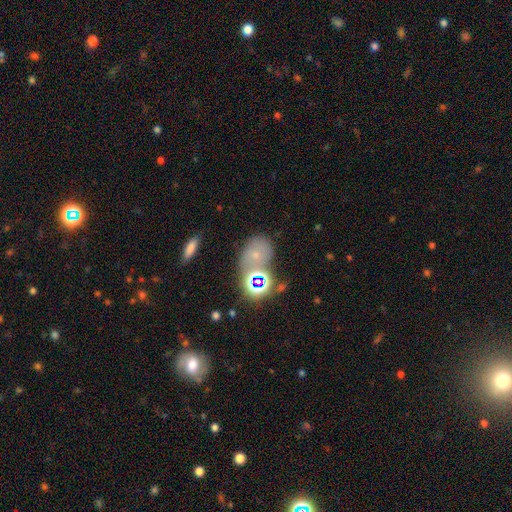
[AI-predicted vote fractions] A star or artifact, not a galaxy (41%).